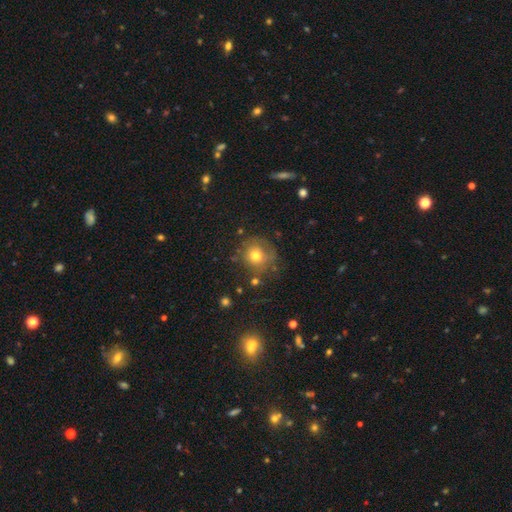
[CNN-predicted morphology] A smooth galaxy with no disk features (70%) that is round (89%).

Vote fractions:
- Smooth or featured? smooth: 70% / featured or disk: 16% / star or artifact: 13%
- How rounded? round: 89% / in between: 10% / cigar-shaped: 1%
- Merging? none: 69% / minor disturbance: 18% / major disturbance: 9% / merger: 4%